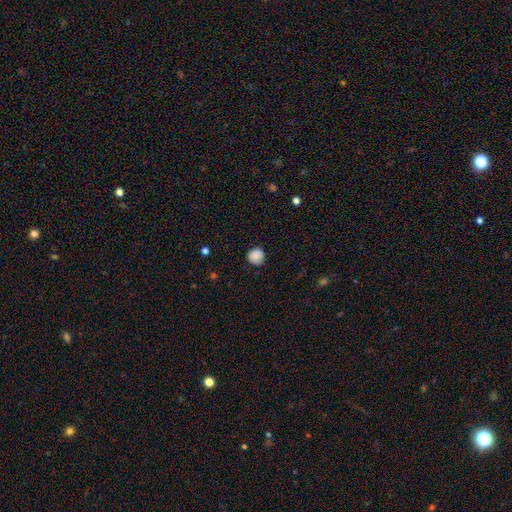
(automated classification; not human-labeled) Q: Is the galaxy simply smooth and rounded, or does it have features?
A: smooth — 86%.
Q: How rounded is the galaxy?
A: round — 88%.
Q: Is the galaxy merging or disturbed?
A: none — 79%.